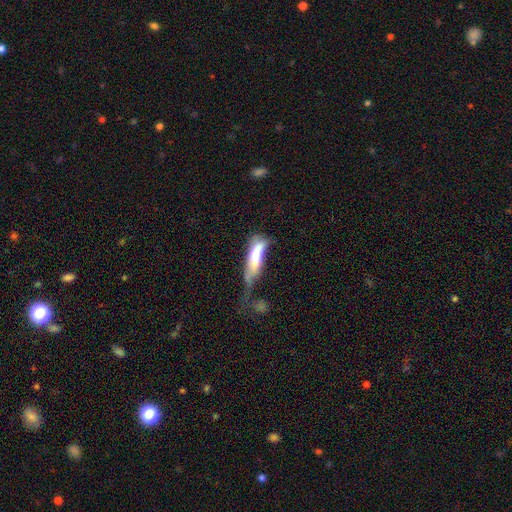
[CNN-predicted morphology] smooth 58%, featured or disk 34%, star or artifact 8%. Down the decision tree: how rounded — cigar-shaped (66%); merging — major disturbance (42%).